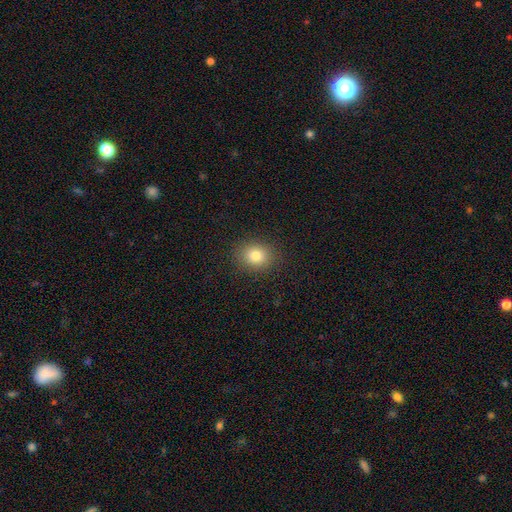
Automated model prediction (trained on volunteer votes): A smooth galaxy with no disk features (81%) that is round (65%).

Vote fractions:
- Smooth or featured? smooth: 81% / star or artifact: 12% / featured or disk: 7%
- How rounded? round: 65% / in between: 34% / cigar-shaped: 1%
- Merging? none: 89% / minor disturbance: 7% / major disturbance: 3% / merger: 1%